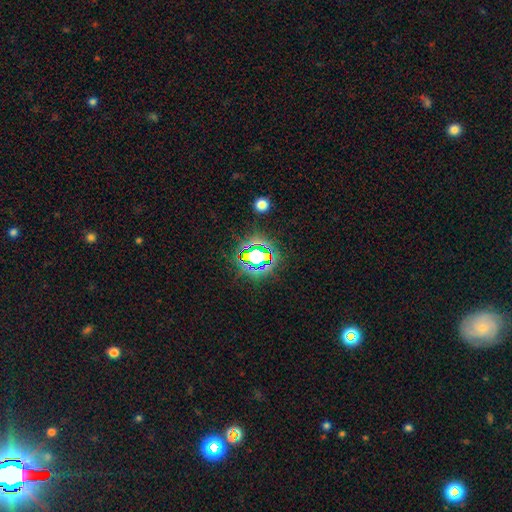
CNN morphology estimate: star or artifact 69%, smooth 20%, featured or disk 11%.